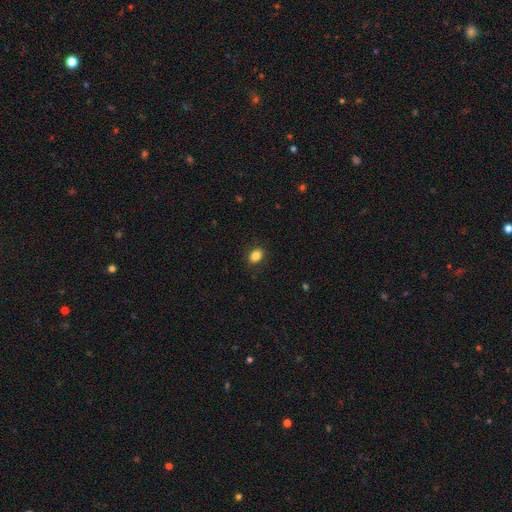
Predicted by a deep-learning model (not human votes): Smooth or featured? Predicted: smooth (p=0.85). How rounded? Predicted: in between (p=0.65). Merging? Predicted: none (p=0.88).